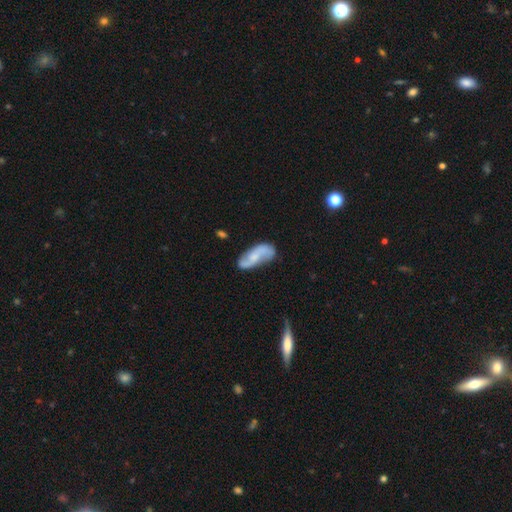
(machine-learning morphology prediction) Overall: featured or disk (66%; smooth 28%). Edge-on disk: no (93%). Bar: no (56%; weak 34%). Spiral arms: yes (91%). Spiral arm count: 2 (88%). Spiral winding: loose (54%; medium 33%). Bulge size: small (43%; moderate 32%). Merging: none (66%).